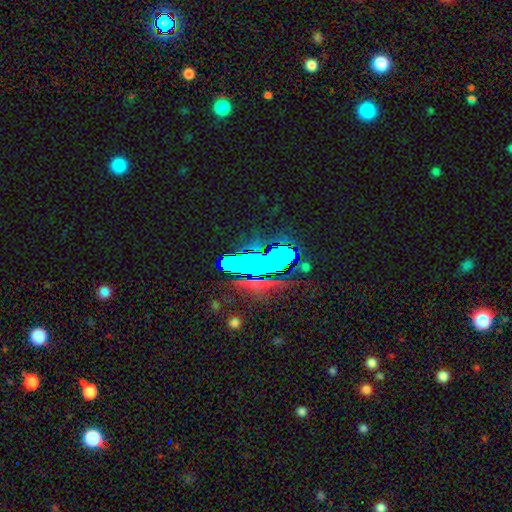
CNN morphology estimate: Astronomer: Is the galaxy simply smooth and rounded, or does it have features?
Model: star or artifact — 62%.